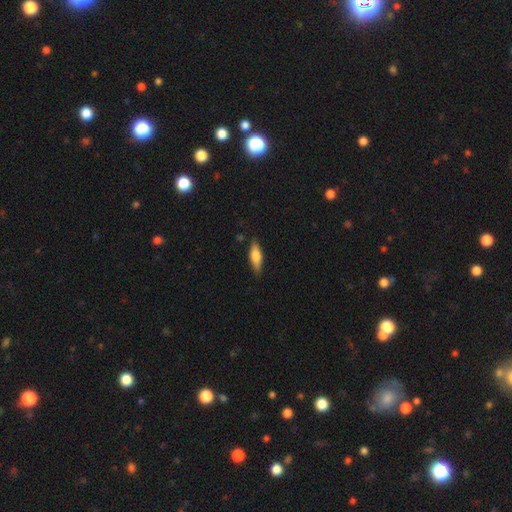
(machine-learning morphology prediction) Smooth or featured: smooth — 68% (featured or disk — 26%)
How rounded: in between — 53% (cigar-shaped — 44%)
Merging: none — 84% (minor disturbance — 12%)